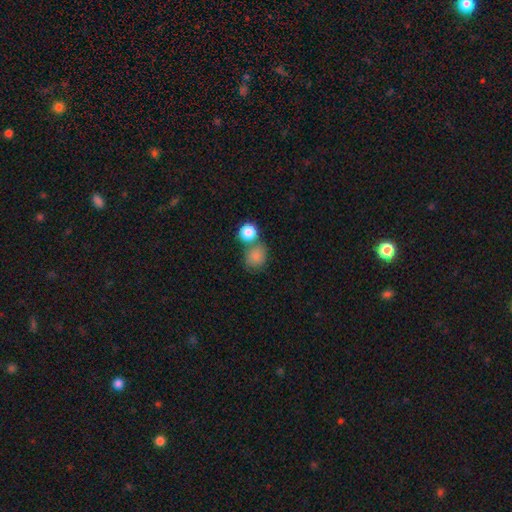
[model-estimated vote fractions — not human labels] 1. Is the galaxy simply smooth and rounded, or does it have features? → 83% smooth, 10% star or artifact, 7% featured or disk.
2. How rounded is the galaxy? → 76% round, 23% in between, 1% cigar-shaped.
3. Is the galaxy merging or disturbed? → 49% none, 34% merger, 12% minor disturbance, 5% major disturbance.